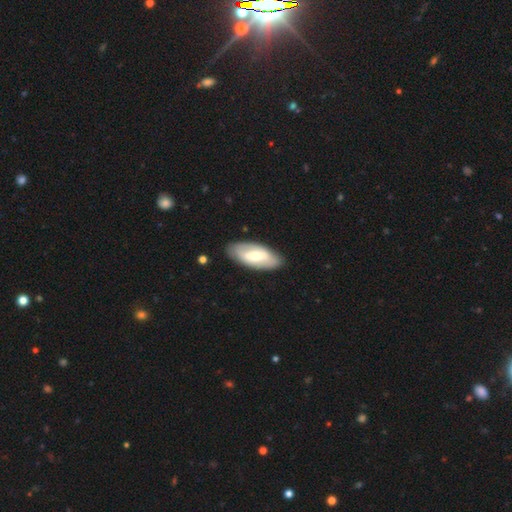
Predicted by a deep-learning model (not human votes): Smooth or featured? Predicted: featured or disk (p=0.55). Edge-on disk? Predicted: no (p=0.84). Merging? Predicted: none (p=0.86).